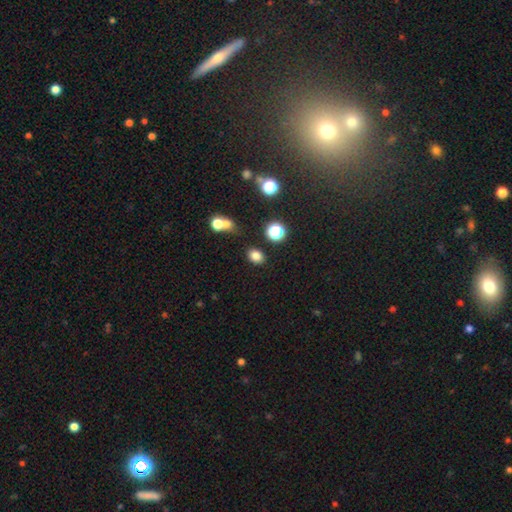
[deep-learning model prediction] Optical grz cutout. It shows a smooth galaxy with no disk features (80%) that is in between round and cigar-shaped (61%). Merging: none (82%).